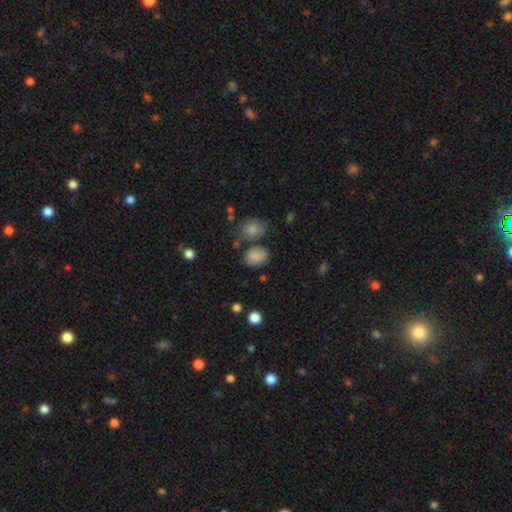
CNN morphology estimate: type=smooth (84%); roundness=in between (70%); merging=none (67%).